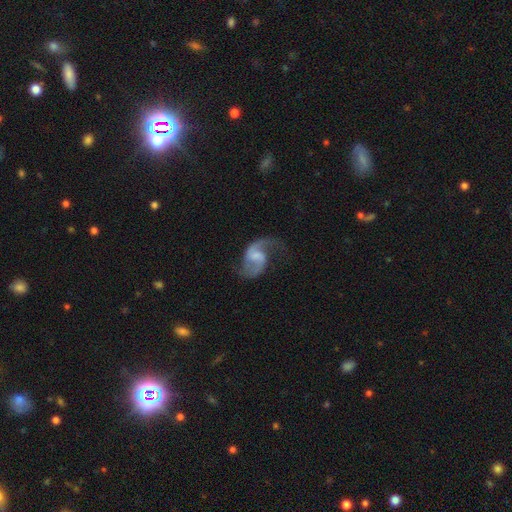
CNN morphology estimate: A featured or disk galaxy (87%) with a weak bar (55%), 2 (88%) loose (56%) spiral arms (96%) and no central bulge (40%).

Vote fractions:
- Smooth or featured? featured or disk: 87% / smooth: 8% / star or artifact: 5%
- Edge-on disk? no: 98% / yes: 2%
- Bar? weak: 55% / no: 29% / strong: 16%
- Spiral arms? yes: 96% / no: 4%
- Spiral winding? loose: 56% / medium: 37% / tight: 7%
- Spiral arm count? 2: 88% / 1: 6% / can't tell: 2% / 3: 1% / 4: 1% / more than 4: 1%
- Bulge size? none: 40% / small: 28% / moderate: 24% / large: 7% / dominant: 1%
- Merging? none: 63% / minor disturbance: 18% / major disturbance: 16% / merger: 2%